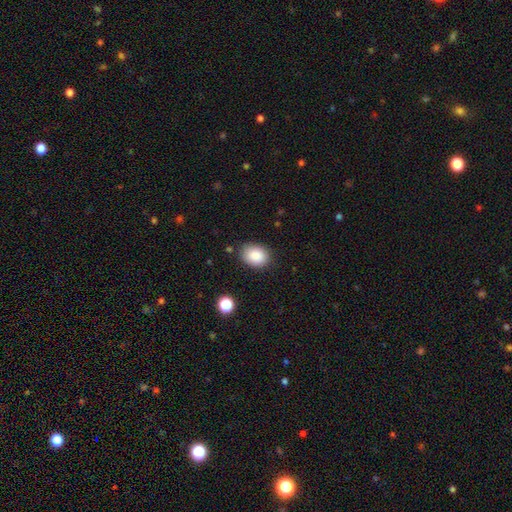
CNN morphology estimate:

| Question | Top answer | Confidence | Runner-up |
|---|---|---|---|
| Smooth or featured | smooth | 88% | star or artifact (8%) |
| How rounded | in between | 64% | round (35%) |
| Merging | none | 82% | minor disturbance (13%) |